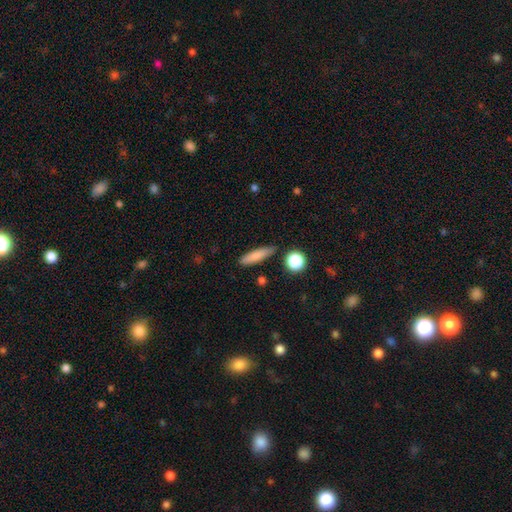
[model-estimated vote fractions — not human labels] This is likely a smooth galaxy (80%). How rounded: likely cigar-shaped (73%). Merging: clearly none (85%).